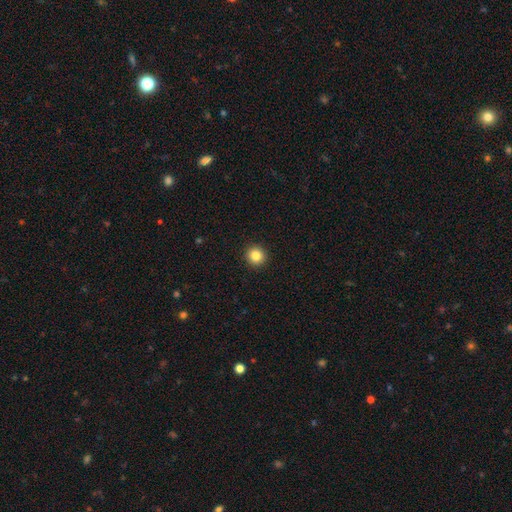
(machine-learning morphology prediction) Q: Smooth or featured?
A: smooth (84%); runner-up: star or artifact (11%)
Q: How rounded?
A: round (95%); runner-up: in between (4%)
Q: Merging?
A: none (94%); runner-up: minor disturbance (4%)